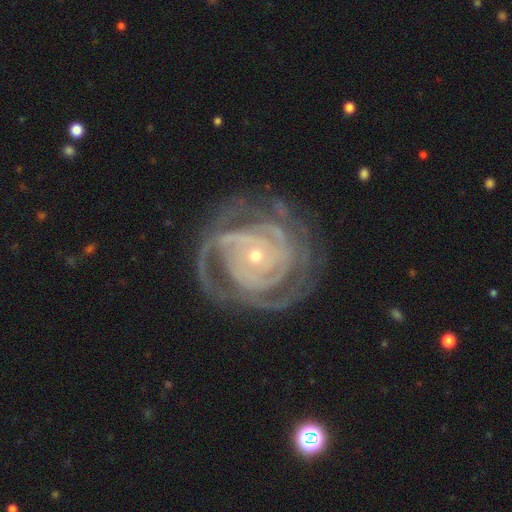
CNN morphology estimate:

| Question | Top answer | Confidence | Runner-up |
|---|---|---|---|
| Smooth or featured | featured or disk | 89% | star or artifact (5%) |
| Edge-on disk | no | 97% | yes (3%) |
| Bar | no | 72% | weak (18%) |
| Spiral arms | yes | 96% | no (4%) |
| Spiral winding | tight | 73% | medium (22%) |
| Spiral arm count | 3 | 25% | can't tell (24%) |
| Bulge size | small | 75% | moderate (21%) |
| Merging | none | 68% | minor disturbance (17%) |